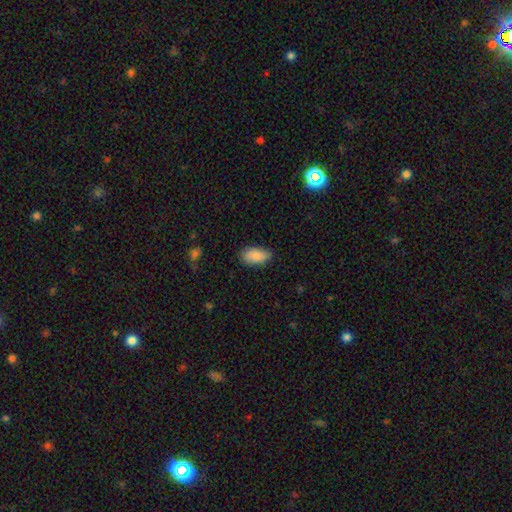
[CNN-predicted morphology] Smooth or featured?
  - smooth: 87% *
  - star or artifact: 6%
  - featured or disk: 6%
How rounded?
  - in between: 92% *
  - cigar-shaped: 5%
  - round: 3%
Merging?
  - none: 78% *
  - minor disturbance: 17%
  - major disturbance: 3%
  - merger: 1%